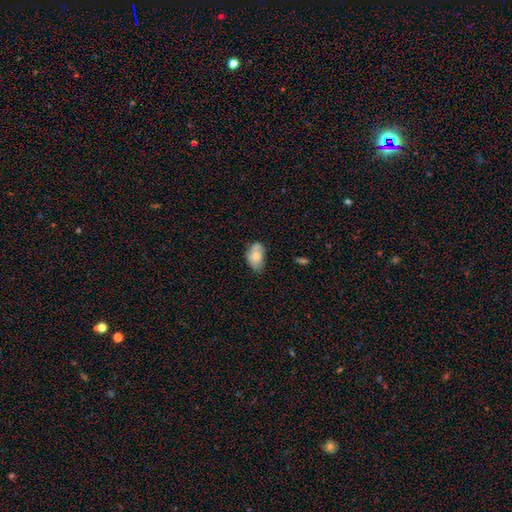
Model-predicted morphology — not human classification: smooth_or_featured: smooth (p=0.73) [alt: featured or disk p=0.20]
how_rounded: in between (p=0.88) [alt: round p=0.11]
merging: none (p=0.44) [alt: minor disturbance p=0.39]